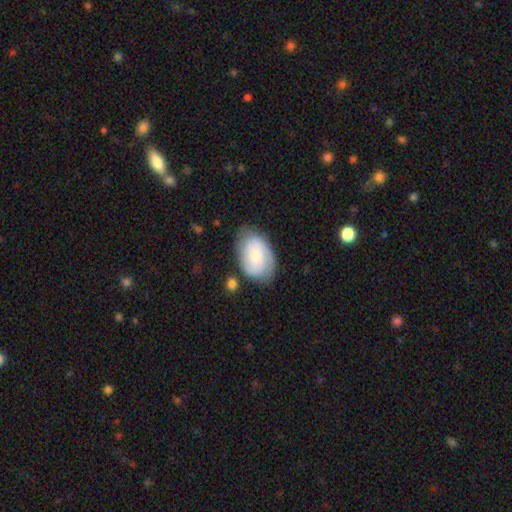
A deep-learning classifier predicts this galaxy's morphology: smooth_or_featured: smooth (p=0.48) [alt: featured or disk p=0.45]
merging: none (p=0.70) [alt: minor disturbance p=0.21]